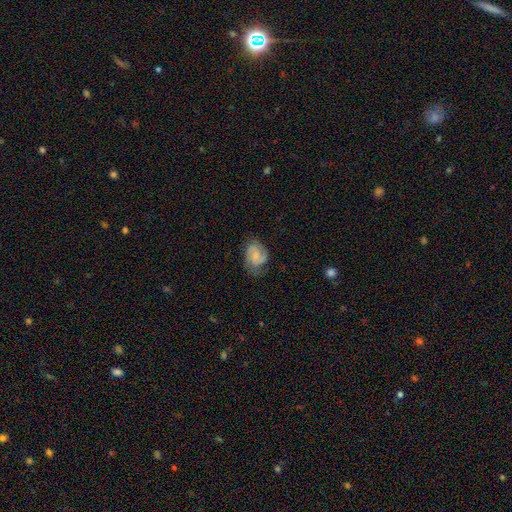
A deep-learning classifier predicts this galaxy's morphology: type=featured or disk (73%); edge-on=no (98%); bar=no (54%); spiral arms=yes (96%); winding=medium (47%); arm count=2 (80%); bulge=small (49%); merging=none (69%).